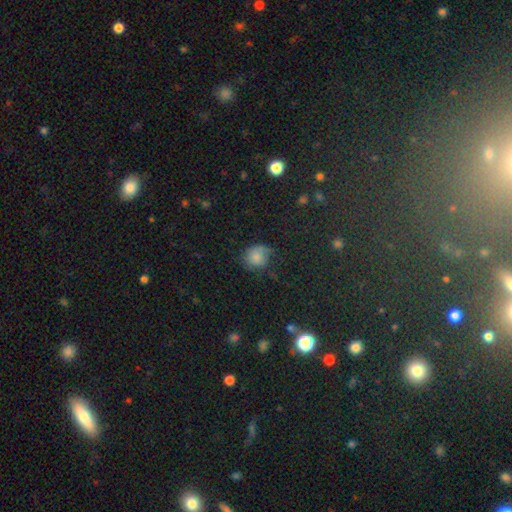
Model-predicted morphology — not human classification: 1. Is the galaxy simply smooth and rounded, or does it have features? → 69% smooth, 16% featured or disk, 15% star or artifact.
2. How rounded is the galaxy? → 77% round, 22% in between, 1% cigar-shaped.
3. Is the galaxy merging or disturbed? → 53% none, 28% minor disturbance, 17% major disturbance, 2% merger.